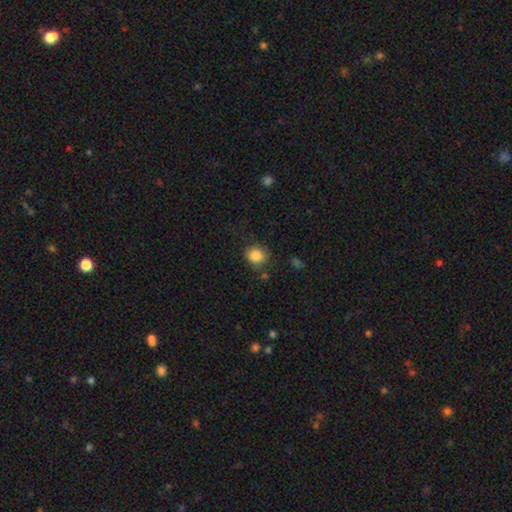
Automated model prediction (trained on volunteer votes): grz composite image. It shows a smooth galaxy with no disk features (86%) that is round (78%). Merging: none (76%).